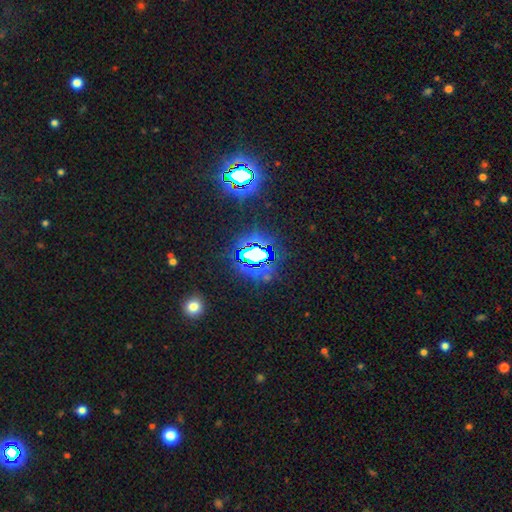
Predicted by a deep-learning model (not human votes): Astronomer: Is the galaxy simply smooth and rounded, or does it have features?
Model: star or artifact — 74%.